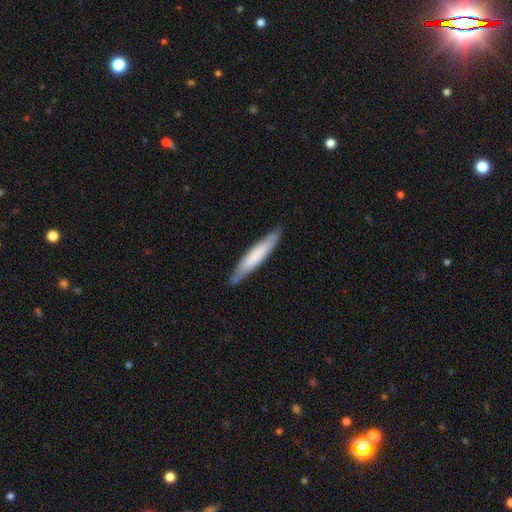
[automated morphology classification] Overall: smooth (67%; featured or disk 28%). How rounded: cigar-shaped (91%). Merging: none (84%).